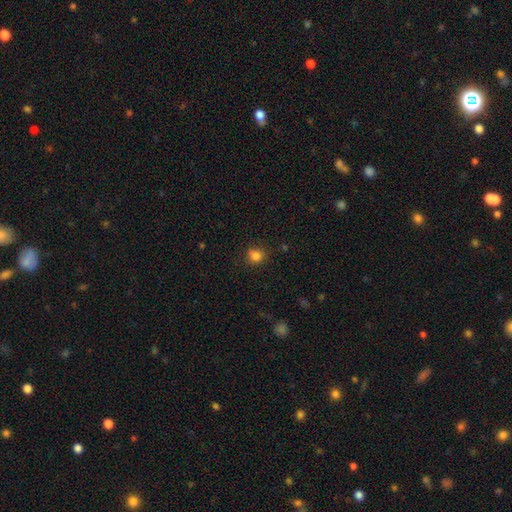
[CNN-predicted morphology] This appears to be a smooth galaxy with no disk features (82%) that is round (76%). Merging: none (76%).